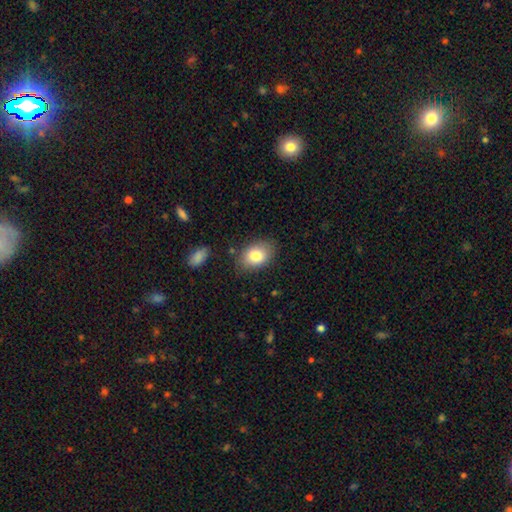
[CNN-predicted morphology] type=smooth (82%); roundness=in between (78%); merging=none (79%).